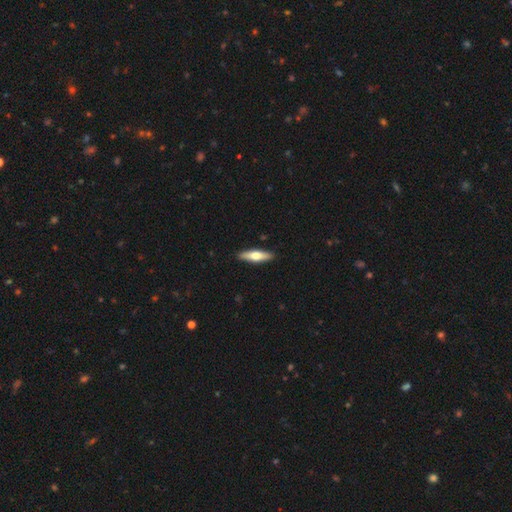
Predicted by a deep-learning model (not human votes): A smooth galaxy with no disk features (51%) that is cigar-shaped (67%).

Vote fractions:
- Smooth or featured? smooth: 51% / featured or disk: 44% / star or artifact: 5%
- How rounded? cigar-shaped: 67% / in between: 31% / round: 2%
- Merging? none: 91% / minor disturbance: 7% / major disturbance: 1% / merger: 1%